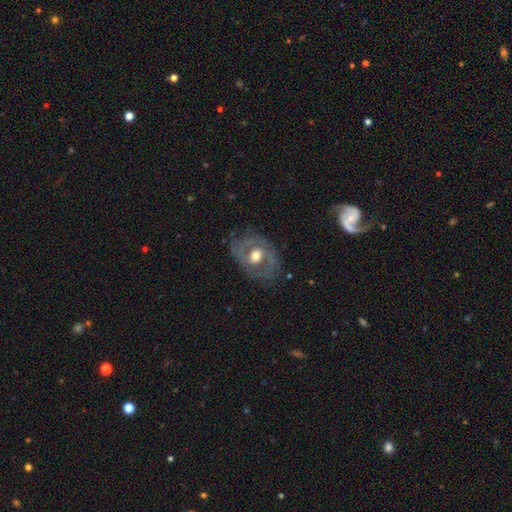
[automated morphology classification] Q: Smooth or featured?
A: featured or disk (70%); runner-up: smooth (24%)
Q: Edge-on disk?
A: no (95%); runner-up: yes (5%)
Q: Bar?
A: no (62%); runner-up: weak (29%)
Q: Spiral arms?
A: yes (60%); runner-up: no (40%)
Q: Bulge size?
A: moderate (69%); runner-up: large (22%)
Q: Merging?
A: none (69%); runner-up: minor disturbance (20%)